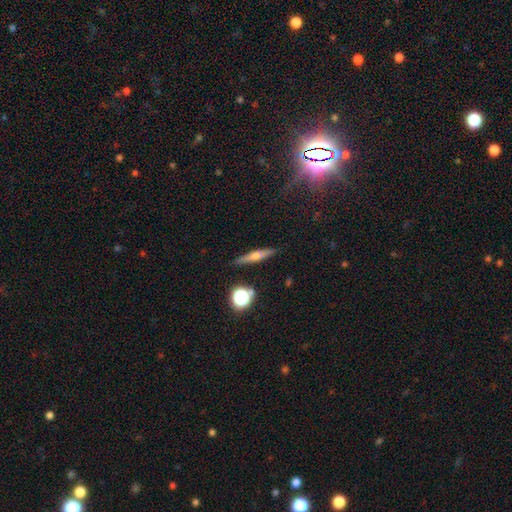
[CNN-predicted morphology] type=featured or disk (48%); merging=none (89%).